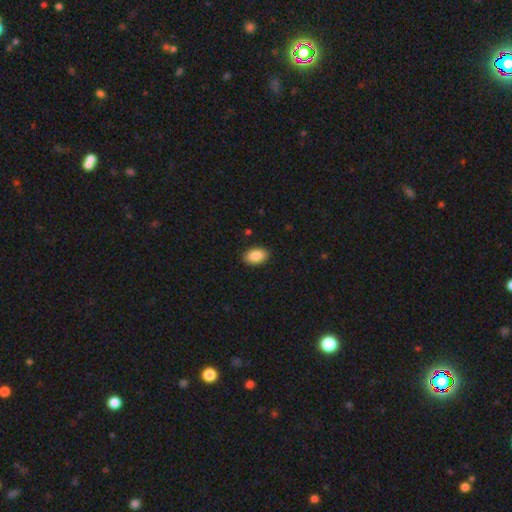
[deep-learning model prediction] smooth_or_featured: smooth (p=0.87) [alt: star or artifact p=0.07]
how_rounded: in between (p=0.90) [alt: round p=0.09]
merging: none (p=0.90) [alt: minor disturbance p=0.07]